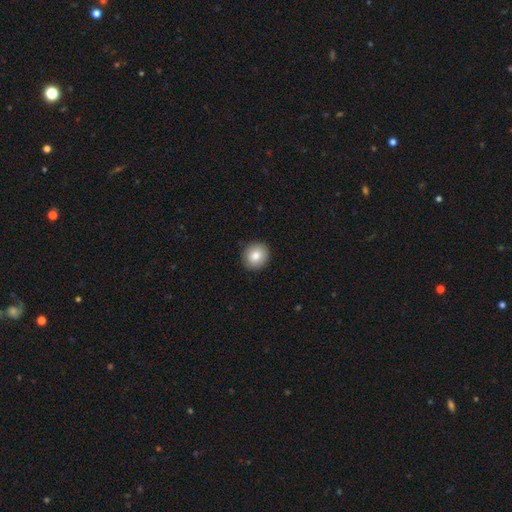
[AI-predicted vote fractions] This appears to be a smooth galaxy with no disk features (83%) that is round (89%). Merging: none (91%).